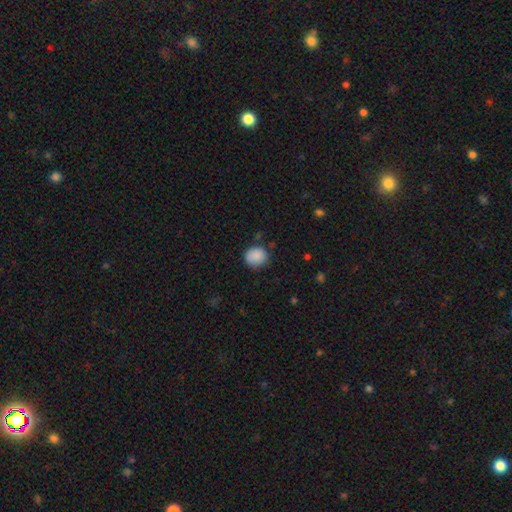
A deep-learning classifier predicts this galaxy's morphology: A smooth galaxy with no disk features (88%) that is round (80%). Merging: none (77%).